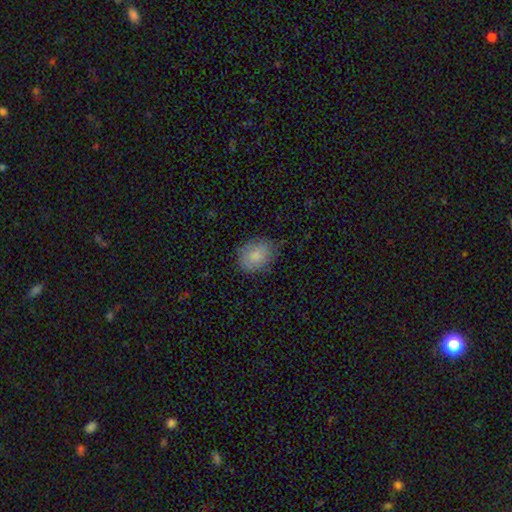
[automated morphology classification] A smooth galaxy with no disk features (84%) that is in between round and cigar-shaped (62%). Merging: none (77%).